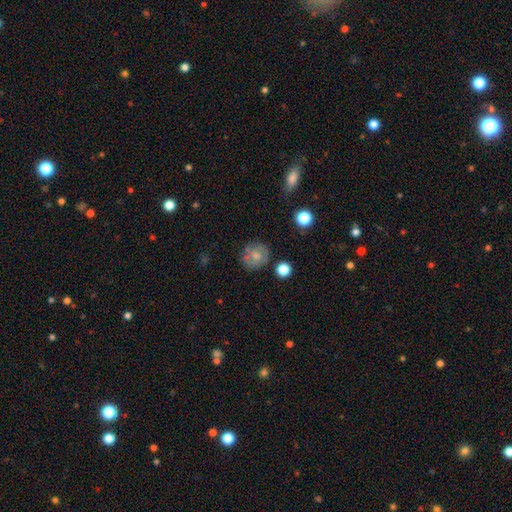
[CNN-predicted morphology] Overall: smooth (65%). How rounded: round (80%). Merging: none (67%).